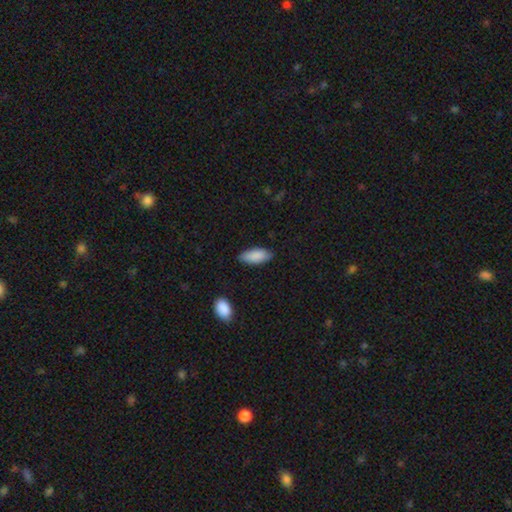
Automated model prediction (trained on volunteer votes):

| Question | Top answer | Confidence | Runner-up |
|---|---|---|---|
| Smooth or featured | smooth | 87% | featured or disk (7%) |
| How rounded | in between | 86% | cigar-shaped (13%) |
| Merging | none | 80% | minor disturbance (16%) |